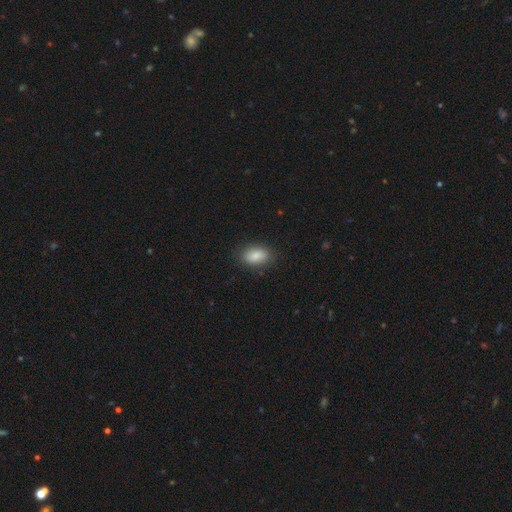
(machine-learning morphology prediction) Overall: smooth (85%). How rounded: in between (89%). Merging: none (83%).